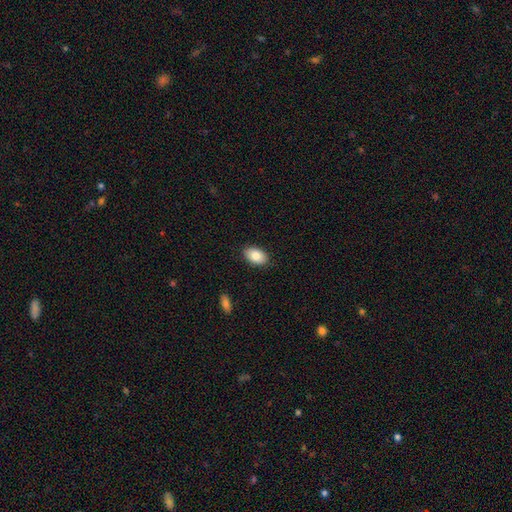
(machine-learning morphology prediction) Smooth or featured?
  - smooth: 84% *
  - featured or disk: 9%
  - star or artifact: 7%
How rounded?
  - in between: 91% *
  - round: 7%
  - cigar-shaped: 1%
Merging?
  - none: 88% *
  - minor disturbance: 9%
  - major disturbance: 2%
  - merger: 1%